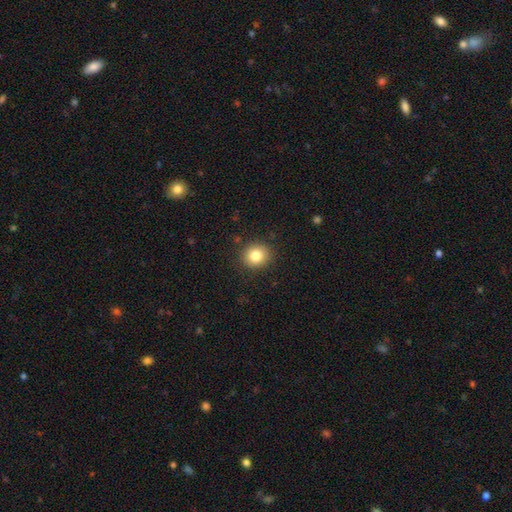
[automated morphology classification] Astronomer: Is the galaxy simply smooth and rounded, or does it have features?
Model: smooth — 82%.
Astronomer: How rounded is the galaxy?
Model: round — 83%.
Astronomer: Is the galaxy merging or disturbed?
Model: none — 89%.